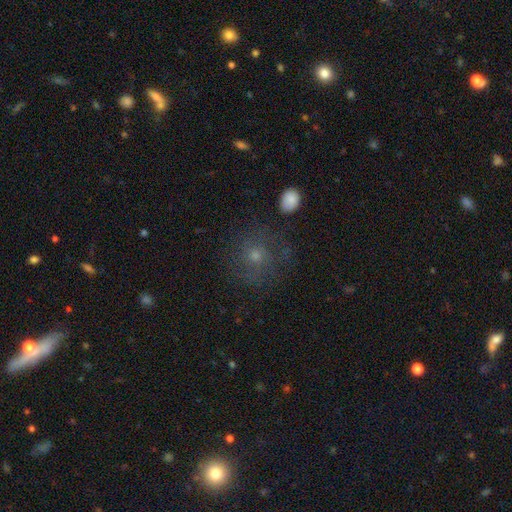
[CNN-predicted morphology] type=smooth (50%); merging=none (69%).